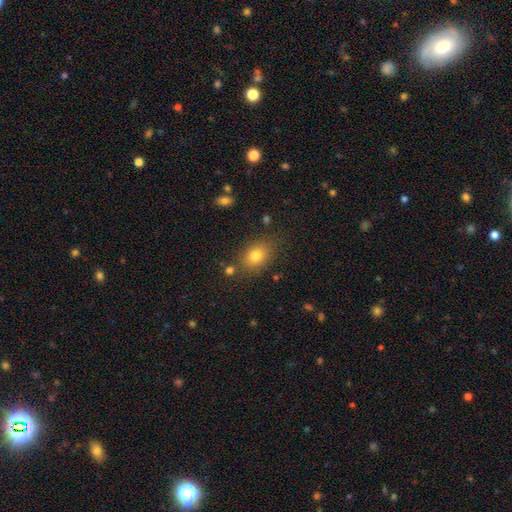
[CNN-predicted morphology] smooth-or-featured: smooth: 78% | star or artifact: 12% | featured or disk: 10%
  how-rounded: in between: 68% | round: 31% | cigar-shaped: 1%
  merging: none: 77% | minor disturbance: 14% | major disturbance: 4% | merger: 4%